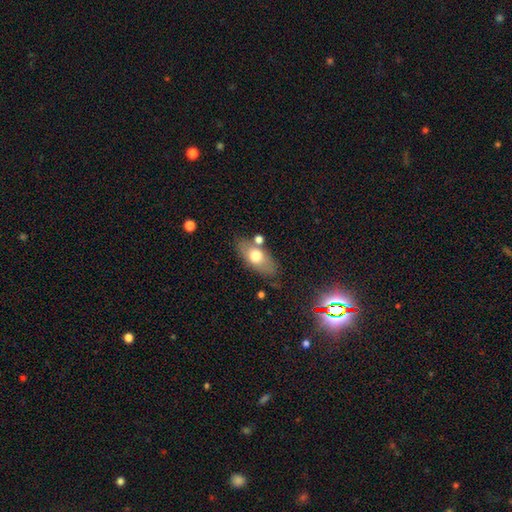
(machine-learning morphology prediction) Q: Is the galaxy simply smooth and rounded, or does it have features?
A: smooth — 67%.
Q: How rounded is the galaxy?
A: in between — 83%.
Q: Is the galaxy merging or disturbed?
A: none — 72%.